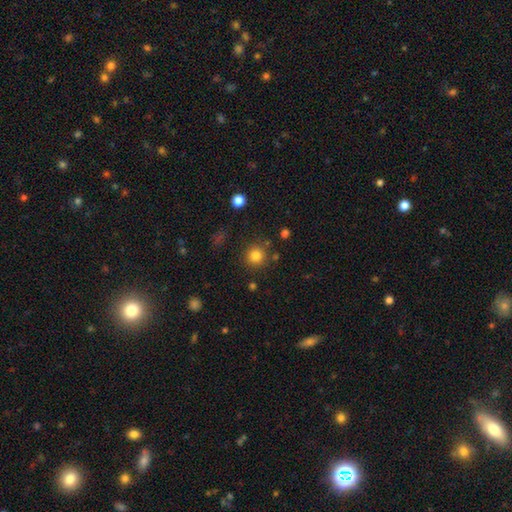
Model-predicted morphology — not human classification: smooth-or-featured: smooth: 82% | star or artifact: 13% | featured or disk: 6%
  how-rounded: round: 93% | in between: 6% | cigar-shaped: 1%
  merging: none: 84% | minor disturbance: 8% | merger: 4% | major disturbance: 3%